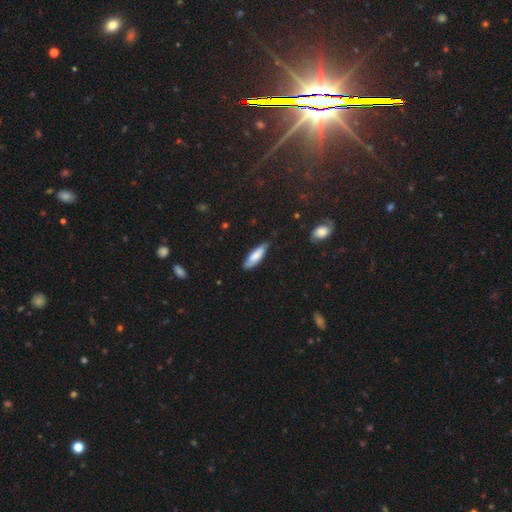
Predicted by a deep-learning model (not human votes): smooth 71%, featured or disk 23%, star or artifact 6%. Down the decision tree: how rounded — cigar-shaped (54%); merging — none (73%).